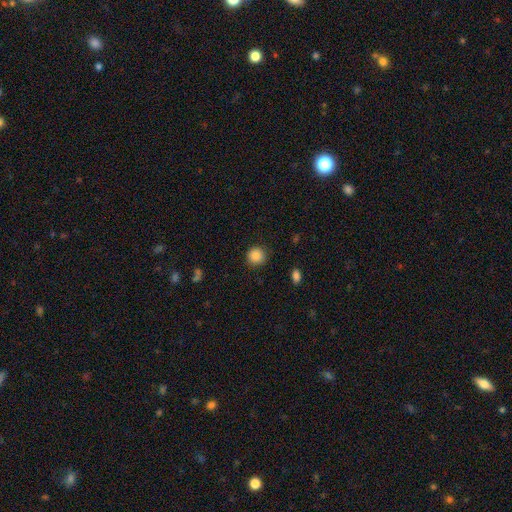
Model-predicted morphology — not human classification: smooth_or_featured: smooth (p=0.87) [alt: star or artifact p=0.10]
how_rounded: round (p=0.92) [alt: in between p=0.07]
merging: none (p=0.89) [alt: minor disturbance p=0.07]